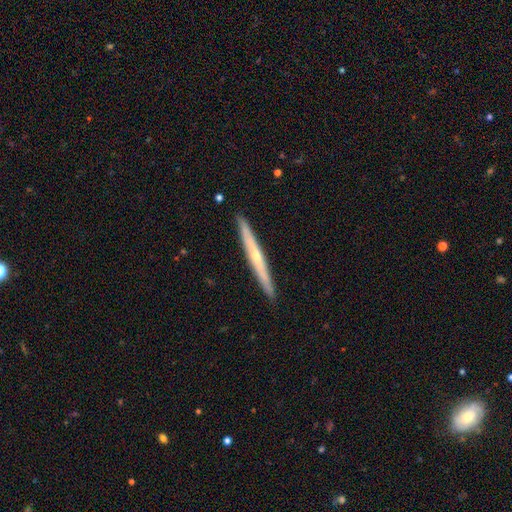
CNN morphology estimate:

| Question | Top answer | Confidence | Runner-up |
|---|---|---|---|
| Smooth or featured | featured or disk | 63% | smooth (32%) |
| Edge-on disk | yes | 97% | no (3%) |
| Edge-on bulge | rounded | 55% | none (42%) |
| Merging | none | 92% | minor disturbance (6%) |